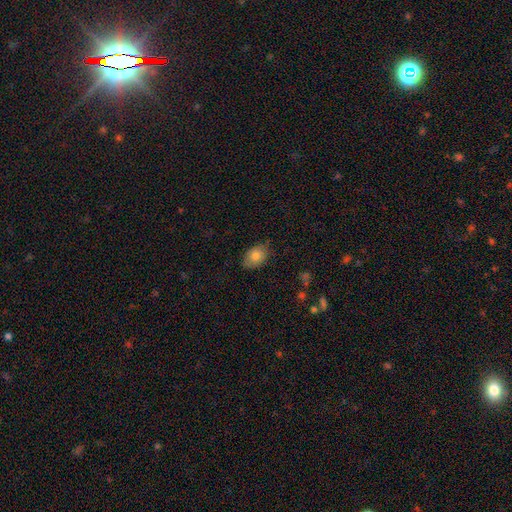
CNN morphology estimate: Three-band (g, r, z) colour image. It shows a smooth galaxy with no disk features (79%) that is in between round and cigar-shaped (83%). Merging: none (74%).